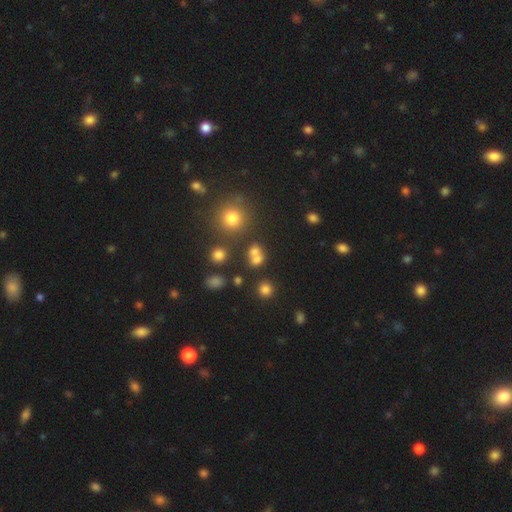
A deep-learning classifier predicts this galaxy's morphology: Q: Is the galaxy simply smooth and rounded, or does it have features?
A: smooth — 66%.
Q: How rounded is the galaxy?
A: round — 72%.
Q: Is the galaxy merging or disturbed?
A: none — 45%.